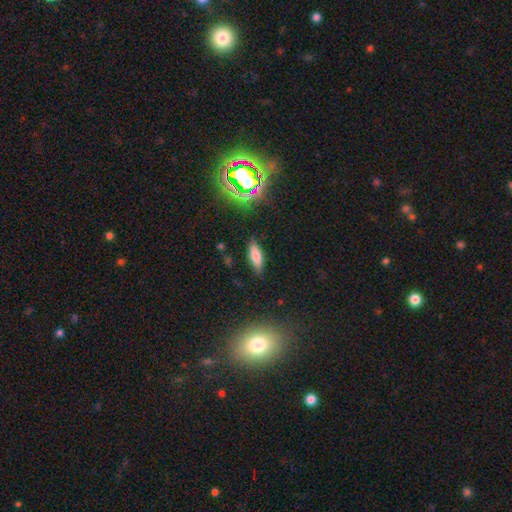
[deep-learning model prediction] Smooth or featured? smooth (71%)
How rounded? in between (59%)
Merging? none (81%)